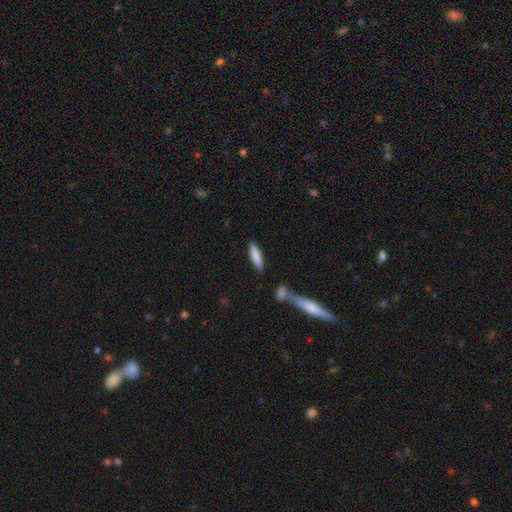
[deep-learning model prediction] This is clearly a smooth galaxy (84%). How rounded: likely cigar-shaped (69%). Merging: clearly none (82%).